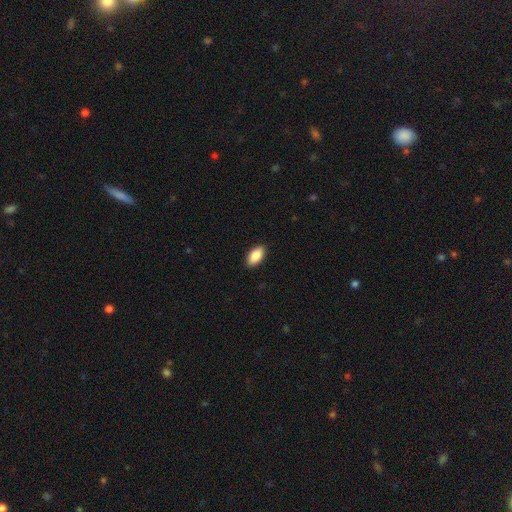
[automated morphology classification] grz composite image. It shows a smooth galaxy with no disk features (87%) that is in between round and cigar-shaped (93%). Merging: none (90%).